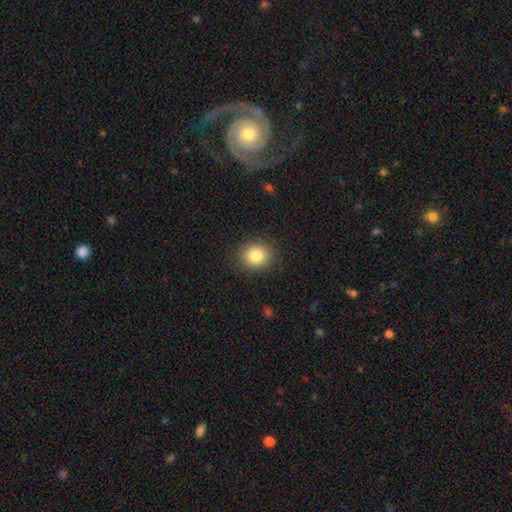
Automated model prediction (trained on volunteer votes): Overall: smooth (82%). How rounded: round (75%). Merging: none (89%).